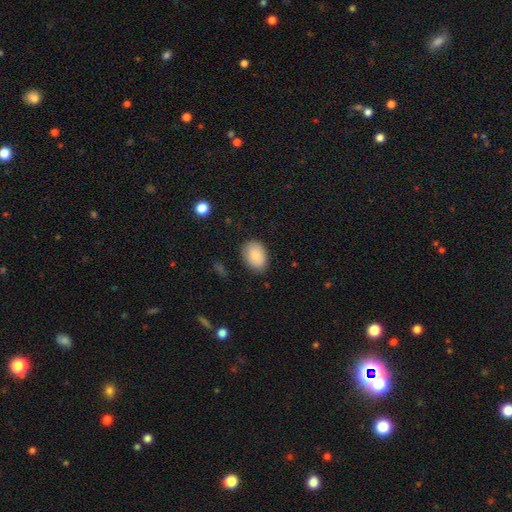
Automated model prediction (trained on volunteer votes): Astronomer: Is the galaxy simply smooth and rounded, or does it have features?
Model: smooth — 82%.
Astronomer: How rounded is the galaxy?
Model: in between — 79%.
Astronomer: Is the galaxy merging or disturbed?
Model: none — 81%.